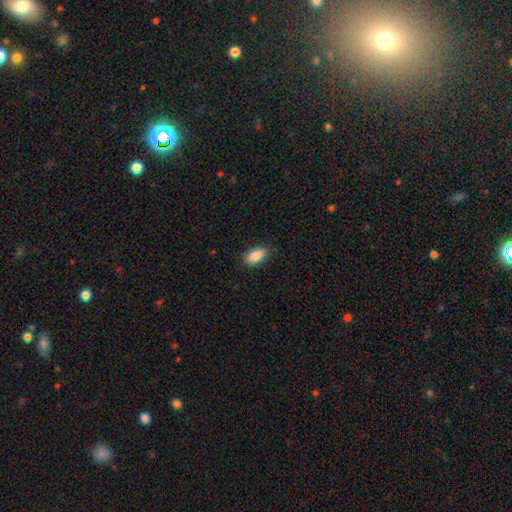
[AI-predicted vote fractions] Smooth or featured?
  - smooth: 89% *
  - star or artifact: 7%
  - featured or disk: 4%
How rounded?
  - in between: 91% *
  - cigar-shaped: 6%
  - round: 3%
Merging?
  - none: 83% *
  - minor disturbance: 13%
  - major disturbance: 3%
  - merger: 1%